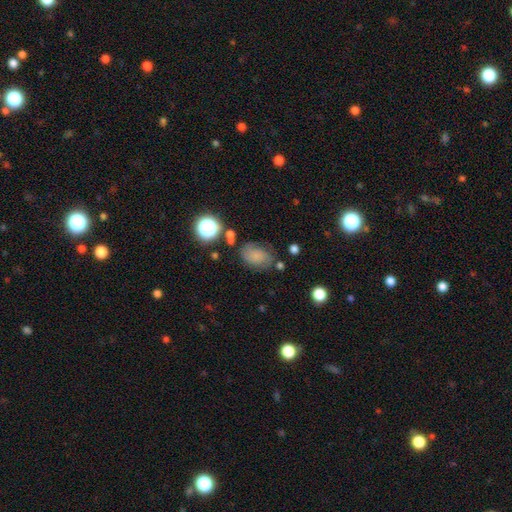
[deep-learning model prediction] Smooth or featured: smooth — 67% (featured or disk — 18%)
How rounded: in between — 78% (round — 20%)
Merging: none — 63% (minor disturbance — 23%)